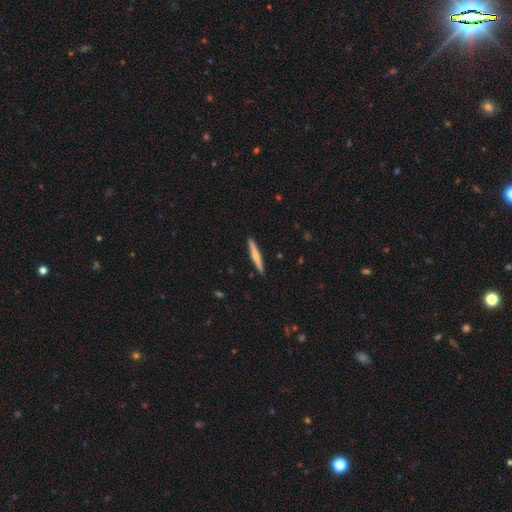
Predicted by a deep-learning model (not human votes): A smooth galaxy with no disk features (51%) that is cigar-shaped (95%). Merging: none (91%).